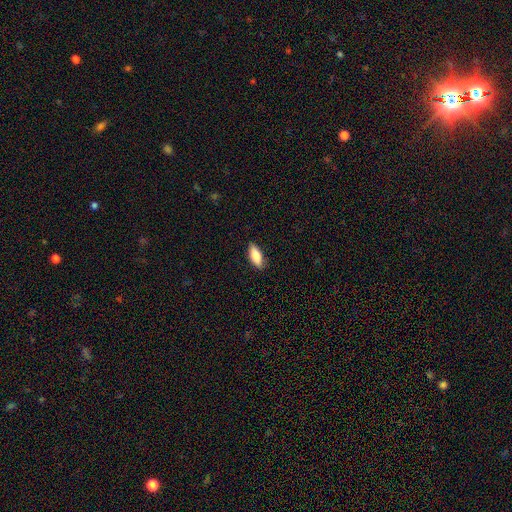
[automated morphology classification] The model was most divided on "how rounded": in between: 76%, cigar-shaped: 22%, round: 2%. More confident: merging — none (86%); smooth or featured — smooth (81%).